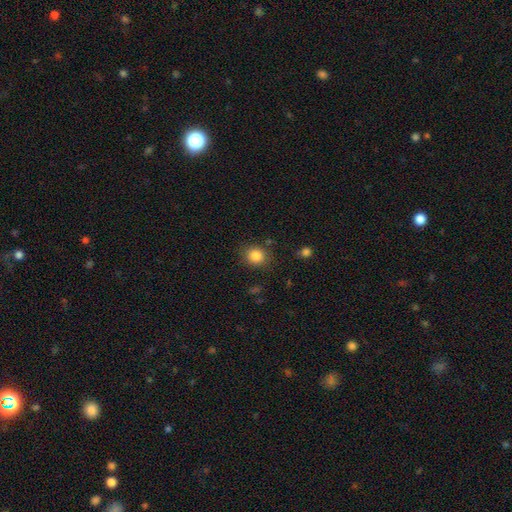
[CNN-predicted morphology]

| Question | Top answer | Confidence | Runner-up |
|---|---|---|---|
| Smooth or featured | smooth | 85% | star or artifact (10%) |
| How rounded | round | 75% | in between (24%) |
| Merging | none | 82% | minor disturbance (11%) |